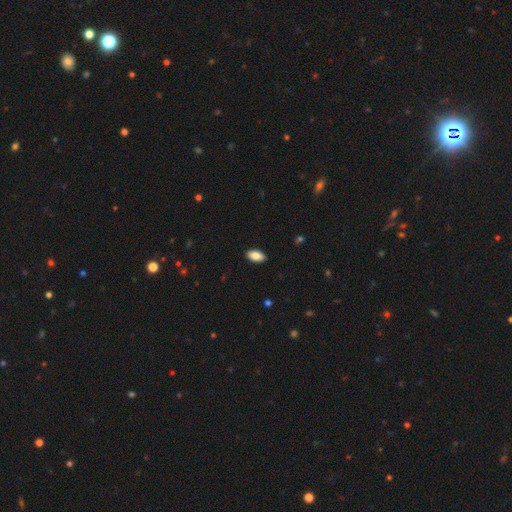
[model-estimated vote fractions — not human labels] Smooth or featured? smooth (86%)
How rounded? in between (94%)
Merging? none (90%)